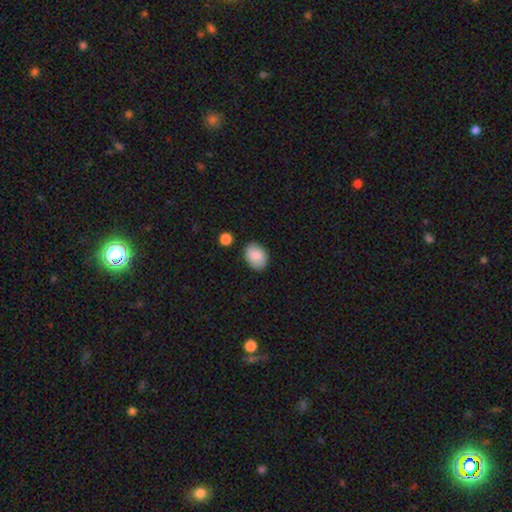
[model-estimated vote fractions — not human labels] Smooth or featured? smooth (87%)
How rounded? in between (77%)
Merging? none (83%)